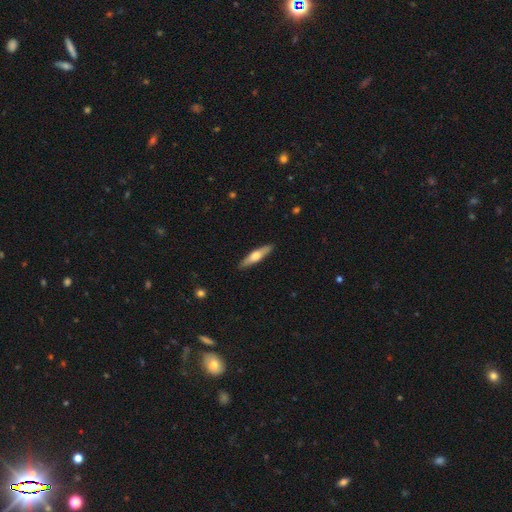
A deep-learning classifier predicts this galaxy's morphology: Q: Smooth or featured?
A: featured or disk (51%); runner-up: smooth (44%)
Q: Edge-on disk?
A: yes (94%); runner-up: no (6%)
Q: Merging?
A: none (90%); runner-up: minor disturbance (7%)